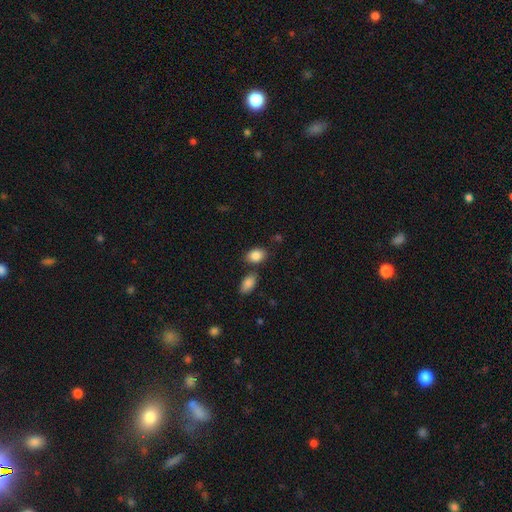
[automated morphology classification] A smooth galaxy with no disk features (87%) that is in between round and cigar-shaped (77%). Merging: none (69%).